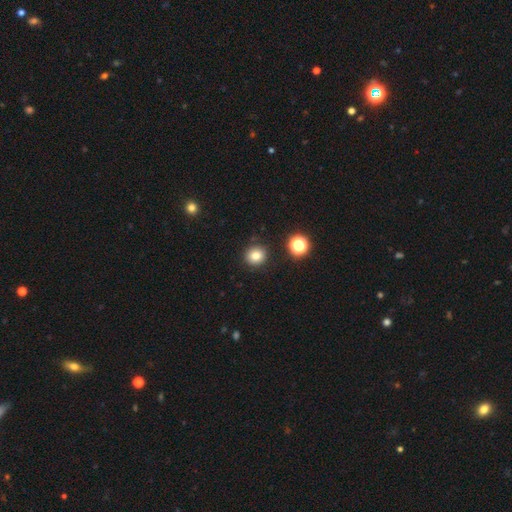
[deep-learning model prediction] smooth-or-featured: smooth: 80% | star or artifact: 13% | featured or disk: 6%
  how-rounded: round: 88% | in between: 11% | cigar-shaped: 1%
  merging: none: 88% | minor disturbance: 7% | merger: 3% | major disturbance: 2%